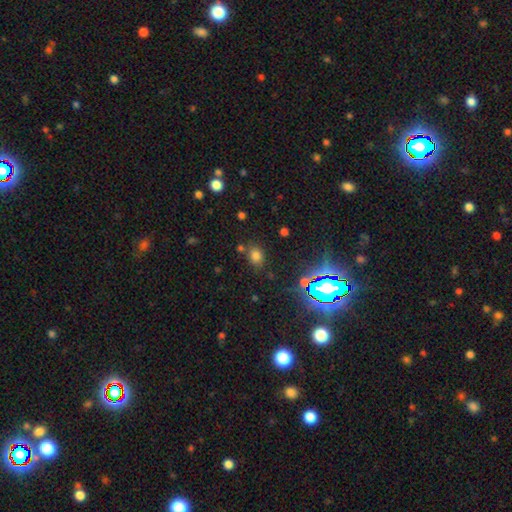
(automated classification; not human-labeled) smooth 68%, star or artifact 24%, featured or disk 7%. Down the decision tree: how rounded — round (50%); merging — none (76%).